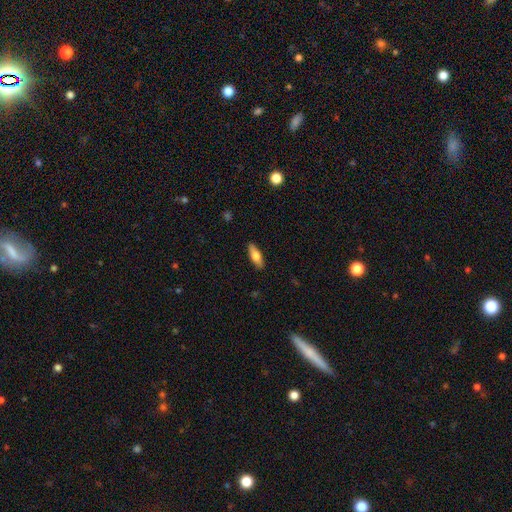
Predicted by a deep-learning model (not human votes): This appears to be a smooth galaxy with no disk features (73%) that is in between round and cigar-shaped (62%). Merging: none (89%).